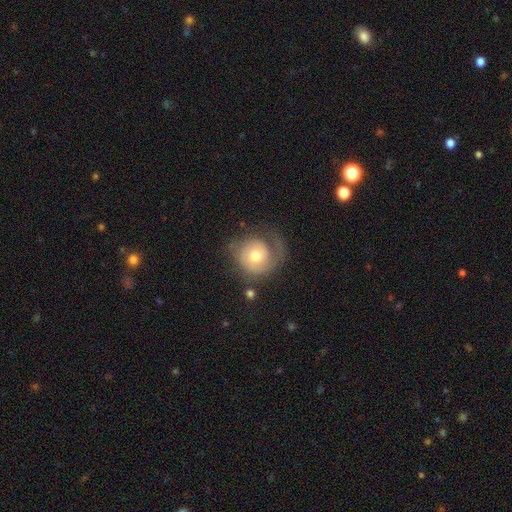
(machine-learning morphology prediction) A featured or disk galaxy (59%) with no bar (78%), spiral arms (83%) and a moderate central bulge (72%).

Vote fractions:
- Smooth or featured? featured or disk: 59% / smooth: 34% / star or artifact: 7%
- Edge-on disk? no: 97% / yes: 3%
- Bar? no: 78% / weak: 18% / strong: 3%
- Spiral arms? yes: 83% / no: 17%
- Bulge size? moderate: 72% / small: 17% / large: 9% / dominant: 1% / none: 1%
- Merging? none: 50% / major disturbance: 25% / minor disturbance: 22% / merger: 3%